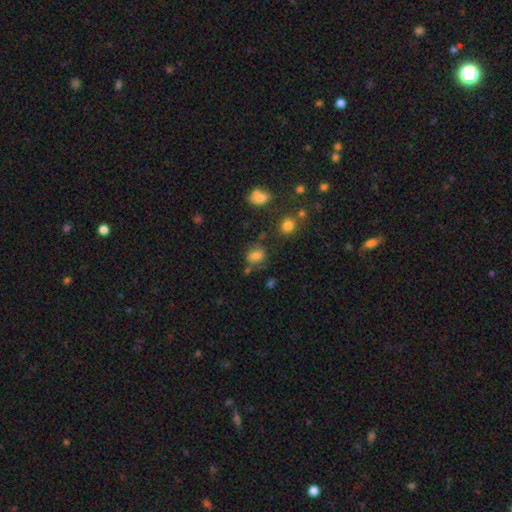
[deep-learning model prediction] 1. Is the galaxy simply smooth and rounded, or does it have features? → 75% smooth, 13% star or artifact, 12% featured or disk.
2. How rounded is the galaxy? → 57% round, 41% in between, 1% cigar-shaped.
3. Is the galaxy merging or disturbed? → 67% none, 18% minor disturbance, 8% merger, 7% major disturbance.